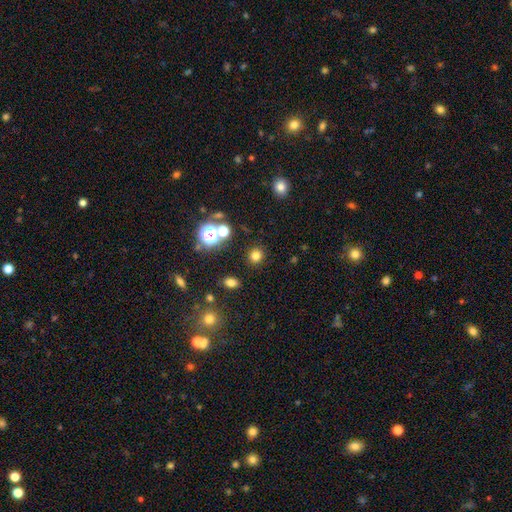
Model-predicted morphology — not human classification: smooth 75%, star or artifact 19%, featured or disk 5%. Down the decision tree: how rounded — round (89%); merging — none (88%).